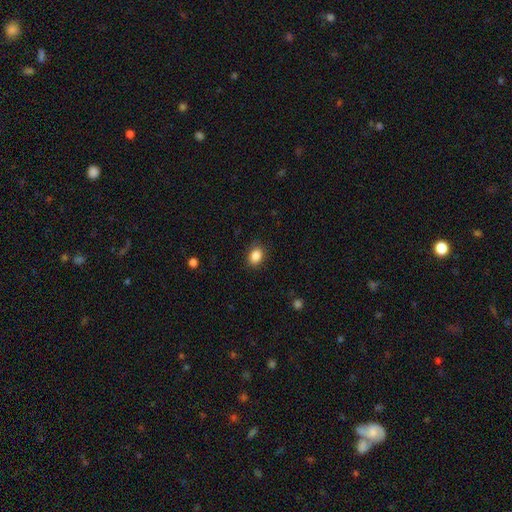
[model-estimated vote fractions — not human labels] smooth-or-featured: smooth: 87% | star or artifact: 9% | featured or disk: 4%
  how-rounded: in between: 70% | round: 29% | cigar-shaped: 1%
  merging: none: 86% | minor disturbance: 11% | major disturbance: 3% | merger: 1%